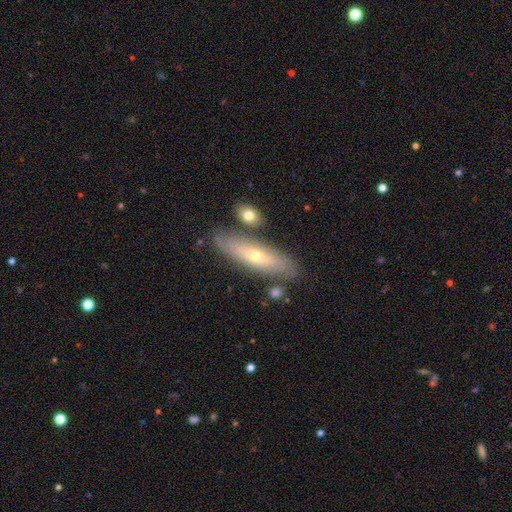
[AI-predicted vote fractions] Smooth or featured? featured or disk (55%)
Edge-on disk? yes (51%)
Merging? none (78%)